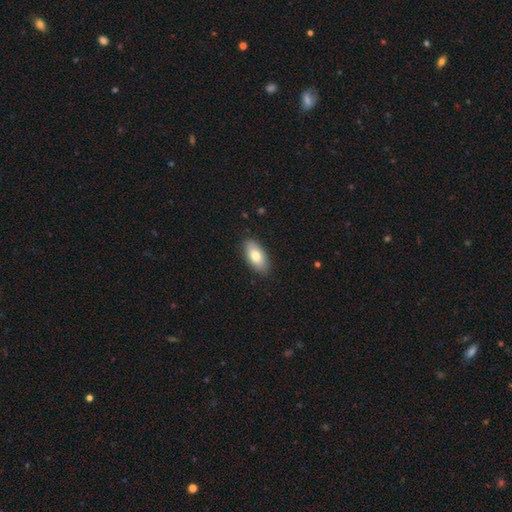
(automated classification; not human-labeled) smooth 76%, featured or disk 18%, star or artifact 6%. Down the decision tree: how rounded — in between (92%); merging — none (87%).